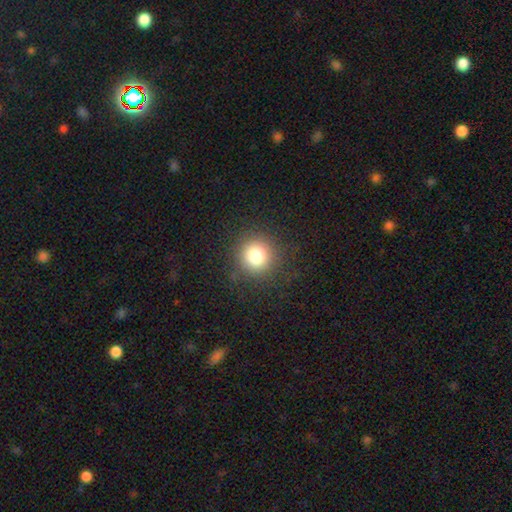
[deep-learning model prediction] Q: Smooth or featured?
A: smooth (81%); runner-up: star or artifact (13%)
Q: How rounded?
A: round (93%); runner-up: in between (6%)
Q: Merging?
A: none (87%); runner-up: minor disturbance (8%)